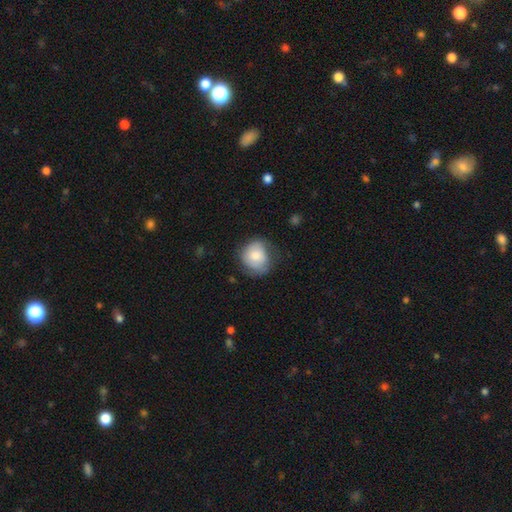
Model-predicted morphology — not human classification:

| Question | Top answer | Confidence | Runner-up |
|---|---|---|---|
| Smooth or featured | smooth | 74% | featured or disk (19%) |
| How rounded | round | 73% | in between (26%) |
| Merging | none | 58% | minor disturbance (30%) |